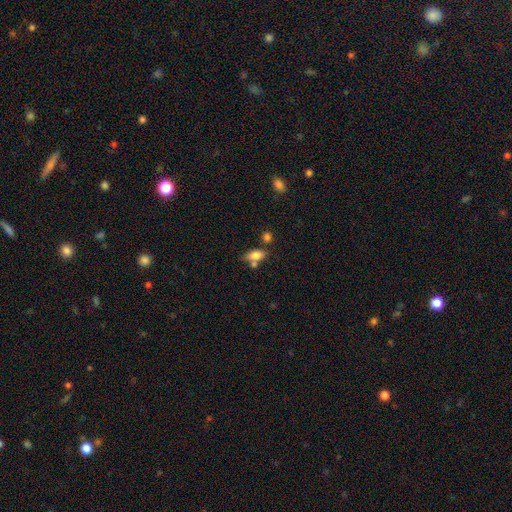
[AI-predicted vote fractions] The model was most divided on "merging": none: 51%, merger: 24%, minor disturbance: 18%, major disturbance: 7%. More confident: how rounded — in between (81%); smooth or featured — smooth (75%).